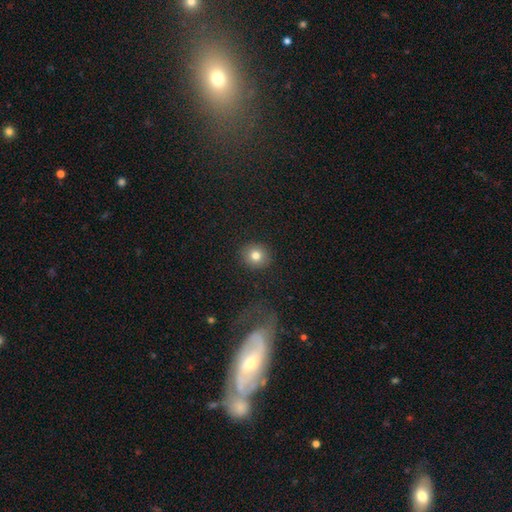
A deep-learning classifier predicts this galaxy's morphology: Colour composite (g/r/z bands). It shows a smooth galaxy with no disk features (80%) that is round (88%). Merging: none (90%).